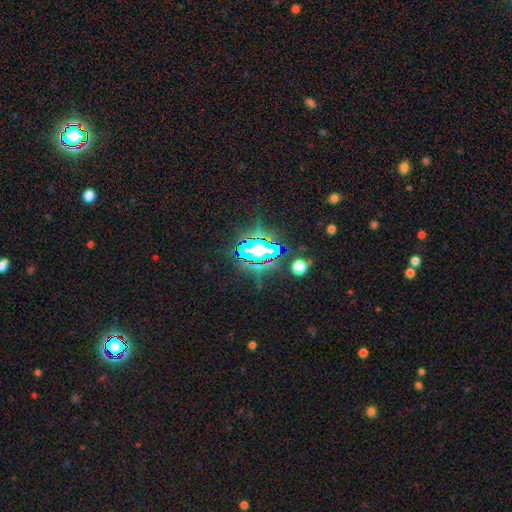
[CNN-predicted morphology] Overall: star or artifact (60%; smooth 25%).